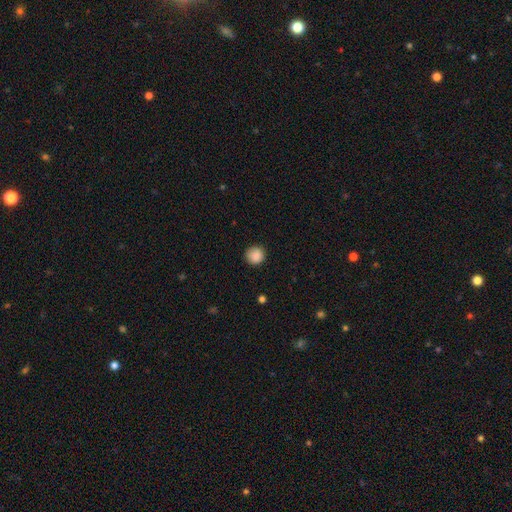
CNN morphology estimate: A smooth galaxy with no disk features (88%) that is round (94%). Merging: none (89%).